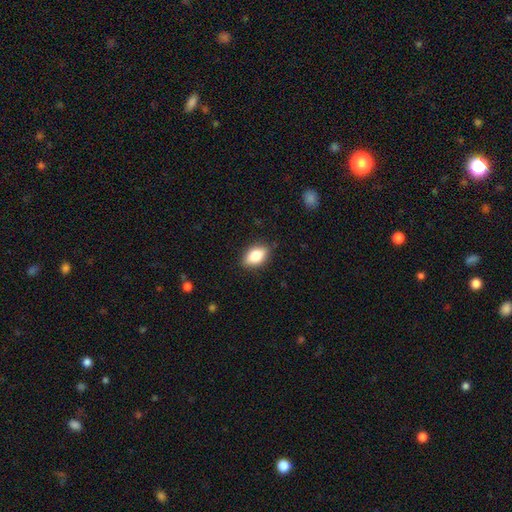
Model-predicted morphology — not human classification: smooth 80%, featured or disk 12%, star or artifact 8%. Down the decision tree: how rounded — in between (86%); merging — none (86%).